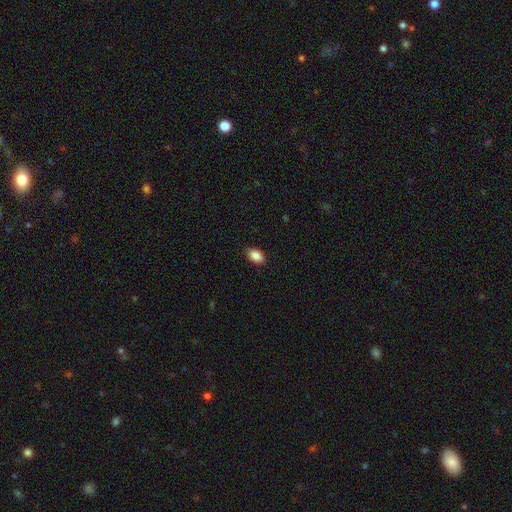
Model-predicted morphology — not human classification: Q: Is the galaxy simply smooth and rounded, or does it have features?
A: smooth — 88%.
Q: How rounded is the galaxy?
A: in between — 91%.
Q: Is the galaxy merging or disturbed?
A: none — 89%.